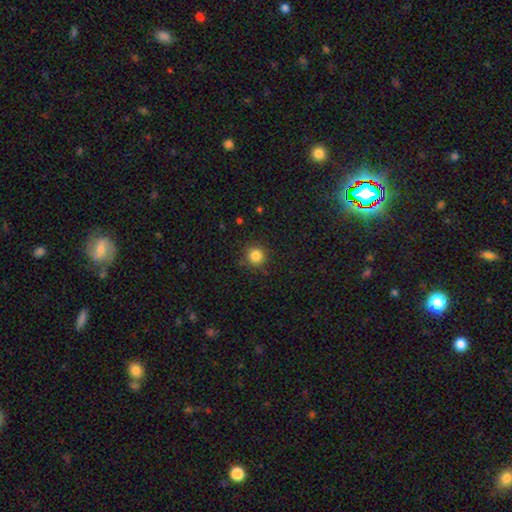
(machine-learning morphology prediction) The model was most divided on "smooth or featured": smooth: 84%, star or artifact: 12%, featured or disk: 4%. More confident: how rounded — round (94%); merging — none (88%).